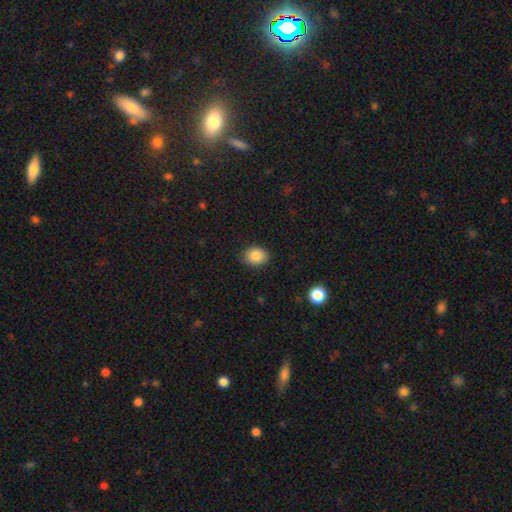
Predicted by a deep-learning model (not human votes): Smooth or featured?
  - smooth: 87% *
  - star or artifact: 8%
  - featured or disk: 4%
How rounded?
  - in between: 57% *
  - round: 42%
  - cigar-shaped: 1%
Merging?
  - none: 84% *
  - minor disturbance: 12%
  - major disturbance: 3%
  - merger: 1%